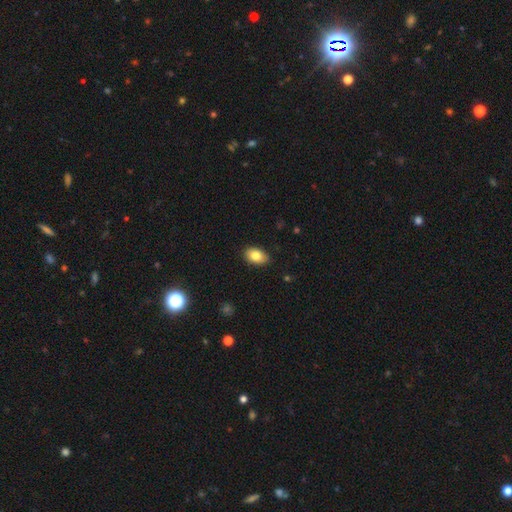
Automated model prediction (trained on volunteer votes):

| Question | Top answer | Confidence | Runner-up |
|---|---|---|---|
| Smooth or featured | smooth | 82% | featured or disk (10%) |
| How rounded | in between | 88% | round (10%) |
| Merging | none | 86% | minor disturbance (11%) |